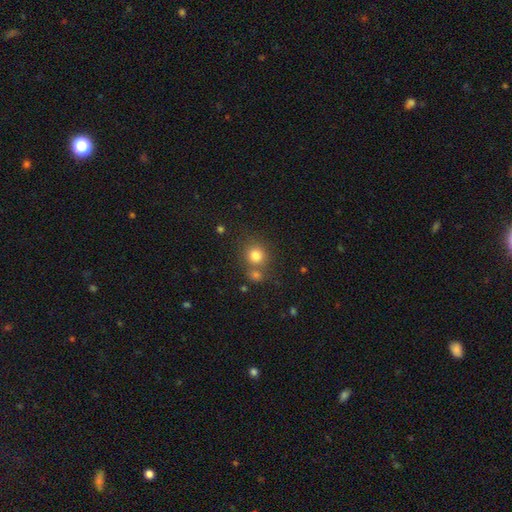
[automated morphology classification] This is likely a smooth galaxy (79%). How rounded: clearly round (86%). Merging: likely none (63%).